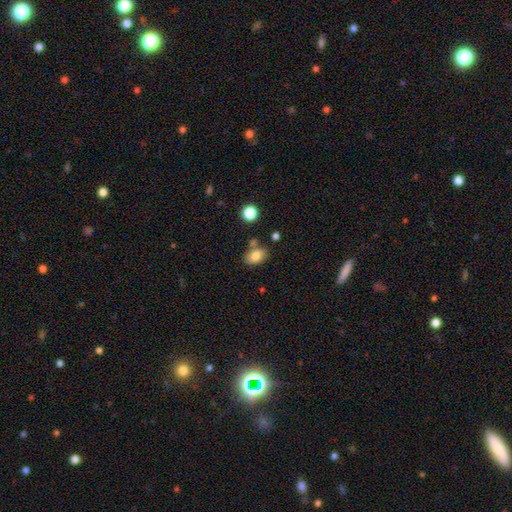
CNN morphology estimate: Q: Smooth or featured?
A: smooth (79%); runner-up: featured or disk (12%)
Q: How rounded?
A: in between (86%); runner-up: round (12%)
Q: Merging?
A: none (71%); runner-up: minor disturbance (15%)